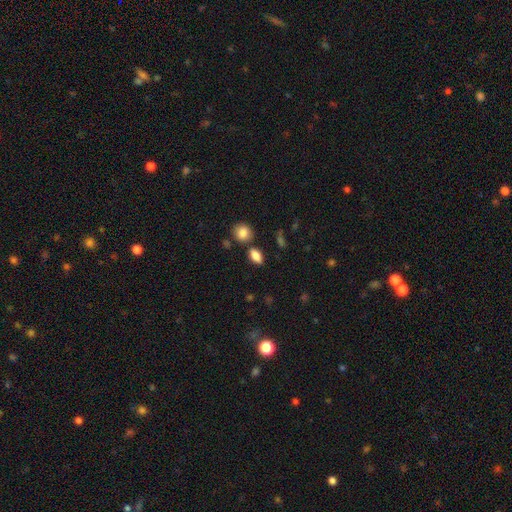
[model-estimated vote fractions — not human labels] Smooth or featured: smooth — 84% (star or artifact — 9%)
How rounded: in between — 84% (round — 10%)
Merging: none — 75% (minor disturbance — 12%)